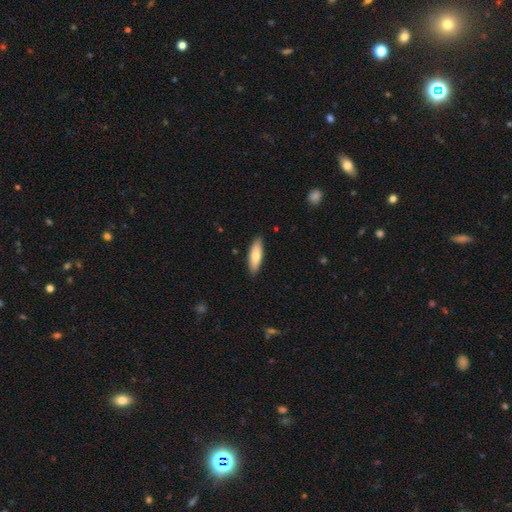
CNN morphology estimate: Smooth or featured? Predicted: smooth (p=0.77). How rounded? Predicted: in between (p=0.54). Merging? Predicted: none (p=0.87).